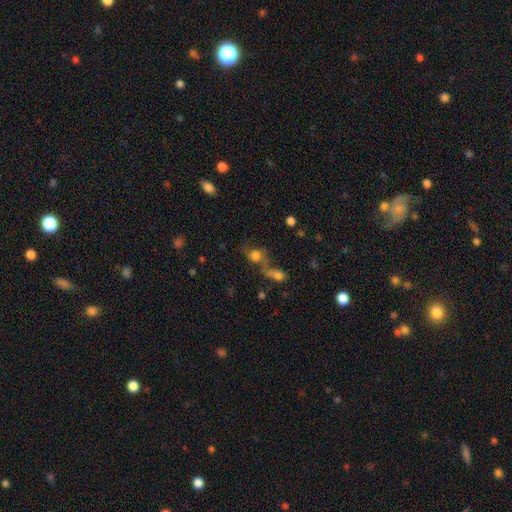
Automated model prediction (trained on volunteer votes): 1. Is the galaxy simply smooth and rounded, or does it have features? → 62% smooth, 22% featured or disk, 16% star or artifact.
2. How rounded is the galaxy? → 57% round, 40% in between, 3% cigar-shaped.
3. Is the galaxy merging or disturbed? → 36% none, 34% merger, 16% major disturbance, 15% minor disturbance.